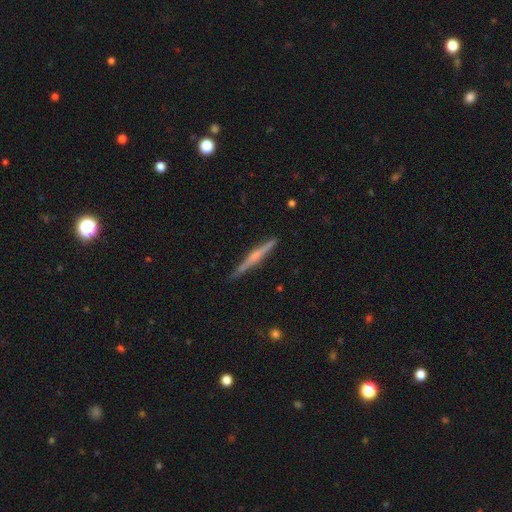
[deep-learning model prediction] smooth-or-featured: featured or disk: 67% | smooth: 27% | star or artifact: 6%
  disk-edge-on: yes: 98% | no: 2%
    edge-on-bulge: rounded: 59% | none: 26% | boxy: 15%
  merging: none: 87% | minor disturbance: 10% | major disturbance: 2% | merger: 1%